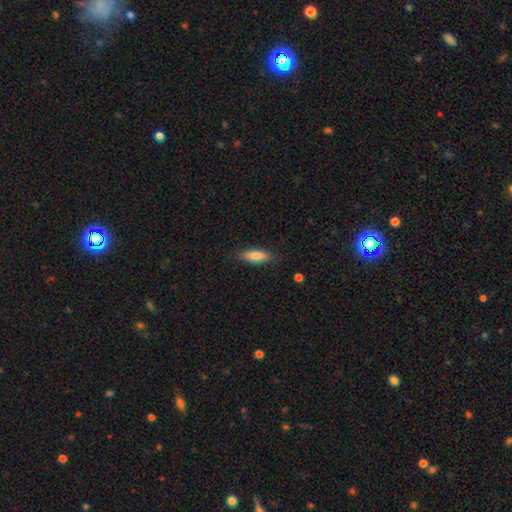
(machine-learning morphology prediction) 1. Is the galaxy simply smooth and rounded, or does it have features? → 82% smooth, 12% featured or disk, 6% star or artifact.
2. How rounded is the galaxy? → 52% in between, 46% cigar-shaped, 2% round.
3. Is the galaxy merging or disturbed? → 84% none, 12% minor disturbance, 3% major disturbance, 1% merger.